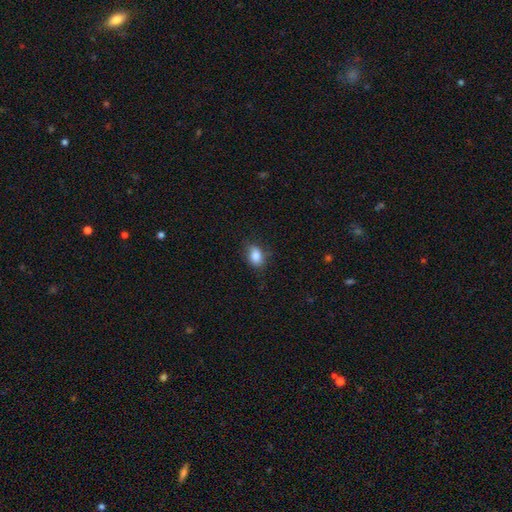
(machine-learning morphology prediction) Smooth or featured? Predicted: smooth (p=0.85). How rounded? Predicted: in between (p=0.78). Merging? Predicted: none (p=0.73).